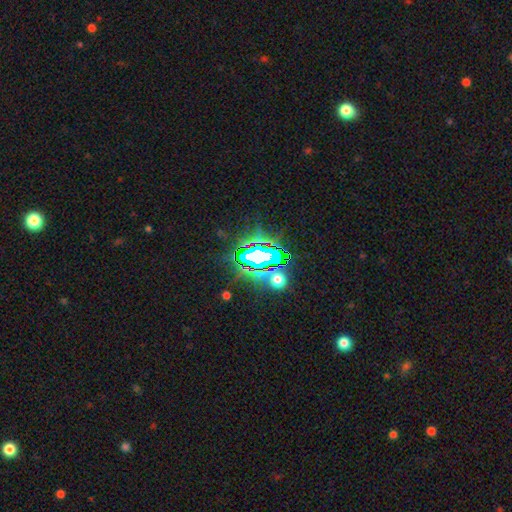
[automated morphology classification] type=star or artifact (72%).